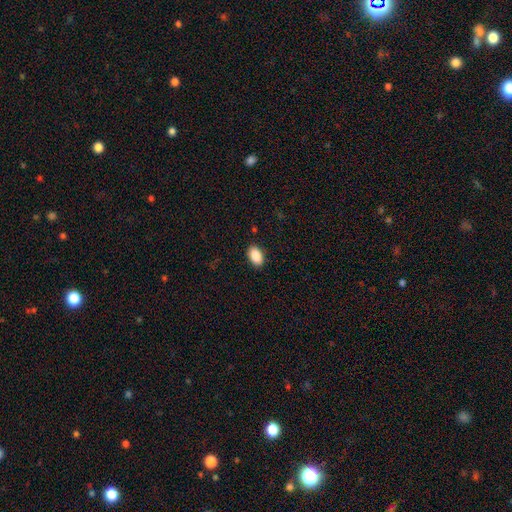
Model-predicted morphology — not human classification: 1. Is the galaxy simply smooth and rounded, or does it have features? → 89% smooth, 7% star or artifact, 4% featured or disk.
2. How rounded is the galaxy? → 92% in between, 7% round, 2% cigar-shaped.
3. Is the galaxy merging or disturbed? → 89% none, 8% minor disturbance, 2% major disturbance, 1% merger.